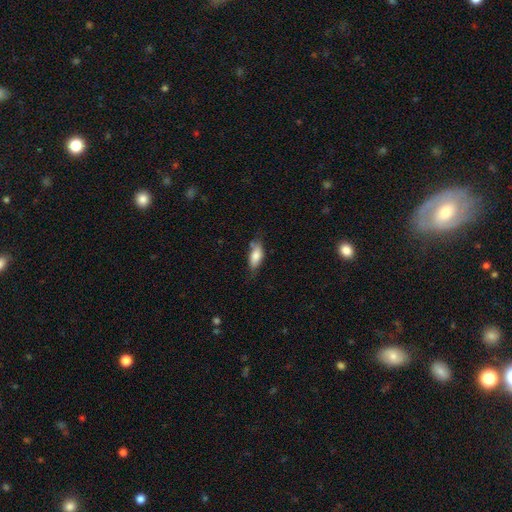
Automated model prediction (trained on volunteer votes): The model was most divided on "merging": none: 61%, minor disturbance: 27%, major disturbance: 7%, merger: 4%. More confident: smooth or featured — smooth (79%); how rounded — in between (77%).